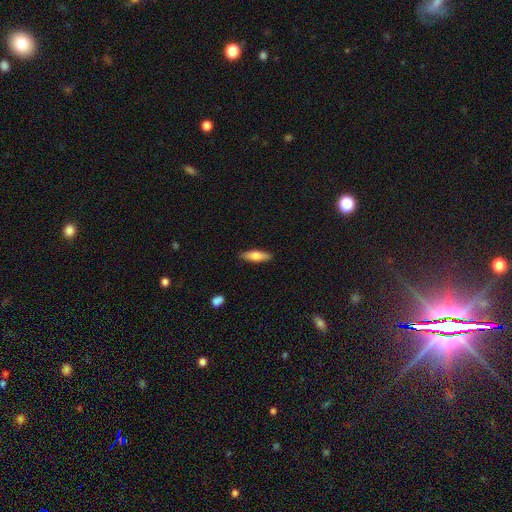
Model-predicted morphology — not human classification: Smooth or featured? smooth (69%)
How rounded? cigar-shaped (55%)
Merging? none (87%)